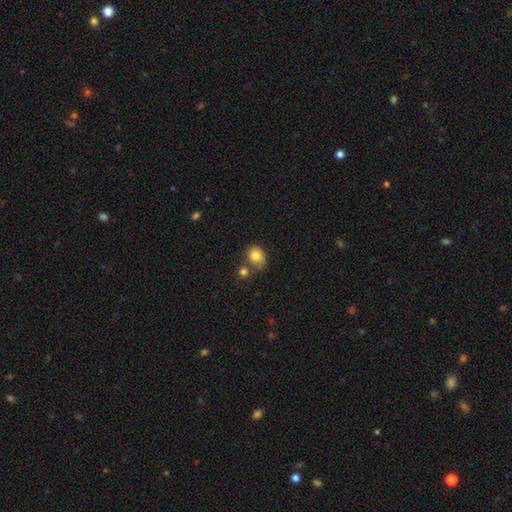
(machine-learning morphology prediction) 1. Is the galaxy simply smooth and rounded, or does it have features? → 80% smooth, 11% featured or disk, 9% star or artifact.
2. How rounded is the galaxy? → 56% round, 43% in between, 1% cigar-shaped.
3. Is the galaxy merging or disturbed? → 50% none, 24% merger, 19% minor disturbance, 6% major disturbance.